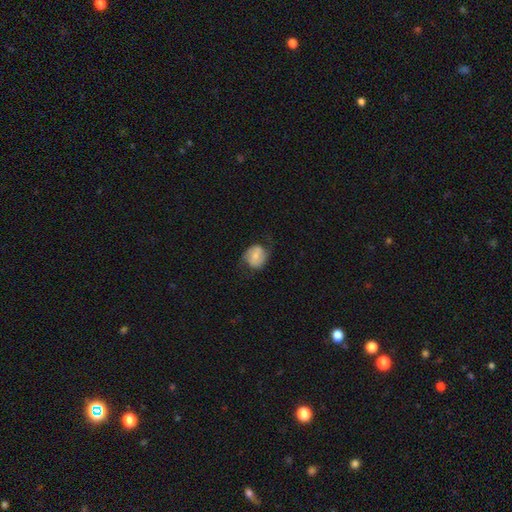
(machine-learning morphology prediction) Smooth or featured? smooth (48%)
Merging? none (62%)